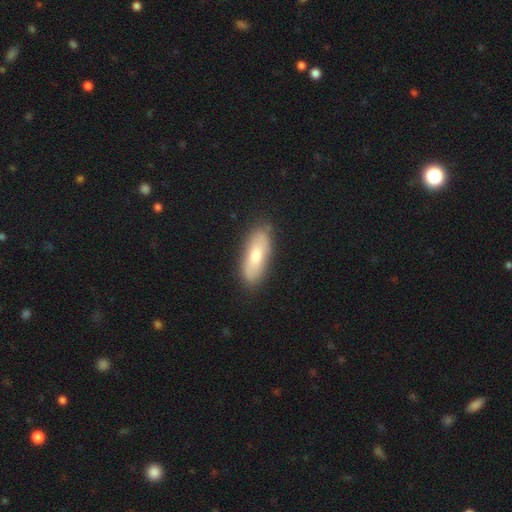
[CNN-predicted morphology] Smooth or featured? smooth (68%)
How rounded? in between (68%)
Merging? none (83%)